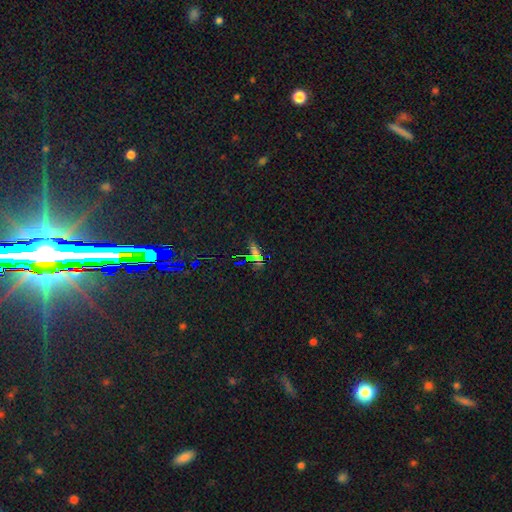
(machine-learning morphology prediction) type=star or artifact (47%).